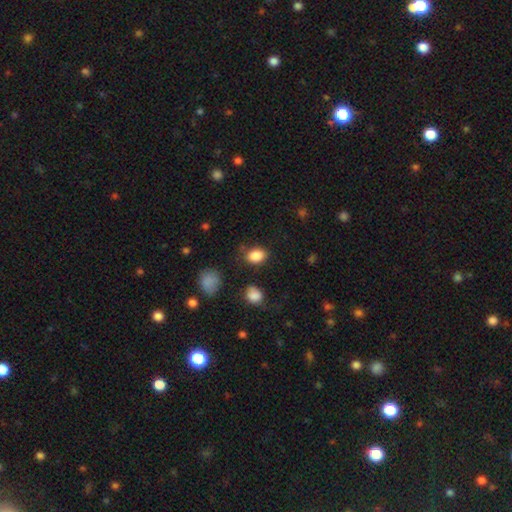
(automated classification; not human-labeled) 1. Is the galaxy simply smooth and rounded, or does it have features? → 85% smooth, 10% star or artifact, 5% featured or disk.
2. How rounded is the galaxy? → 73% in between, 26% round, 1% cigar-shaped.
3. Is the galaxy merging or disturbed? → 76% none, 16% minor disturbance, 4% major disturbance, 3% merger.